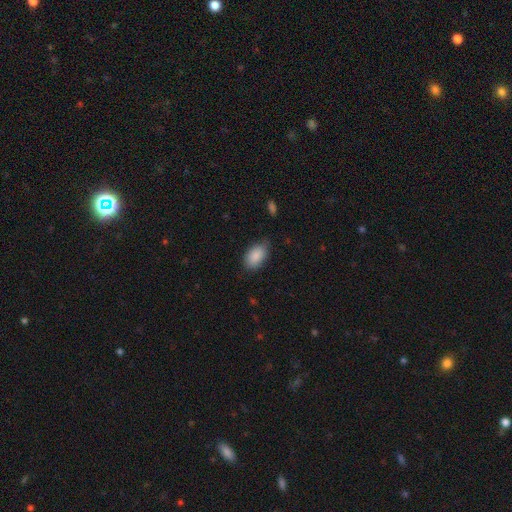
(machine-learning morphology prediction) Smooth or featured? Predicted: smooth (p=0.88). How rounded? Predicted: in between (p=0.92). Merging? Predicted: none (p=0.73).